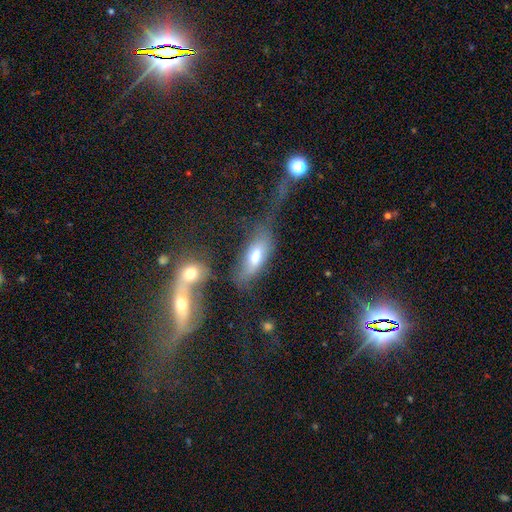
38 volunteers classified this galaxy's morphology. This is likely a smooth galaxy (66%). How rounded: clearly in between (92%). Merging: marginally merger (33%).